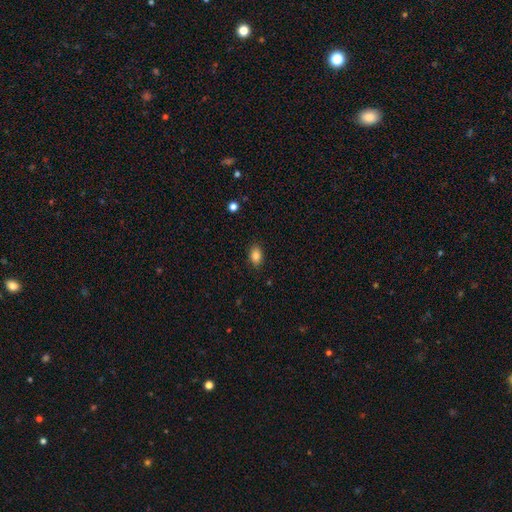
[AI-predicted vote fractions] Morphology: type=smooth (86%); roundness=in between (84%); merging=none (87%).